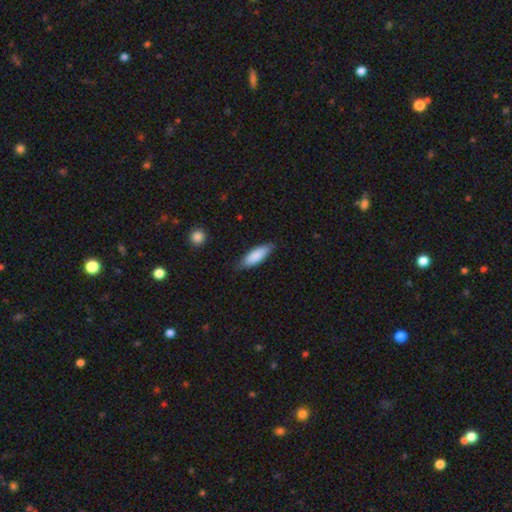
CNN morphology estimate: This is clearly a smooth galaxy (85%). How rounded: possibly in between (58%). Merging: clearly none (80%).